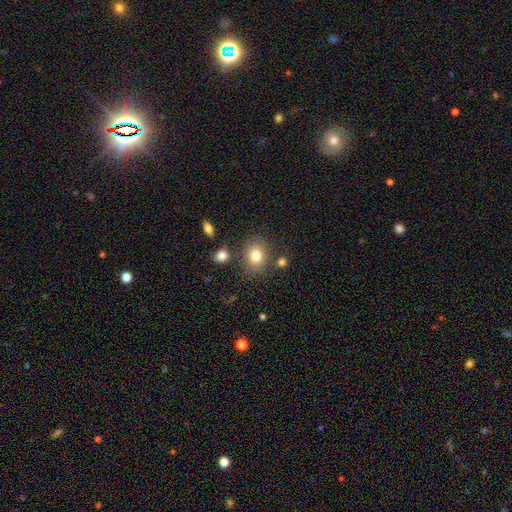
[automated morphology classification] Smooth or featured? Predicted: smooth (p=0.81). How rounded? Predicted: round (p=0.58). Merging? Predicted: none (p=0.78).